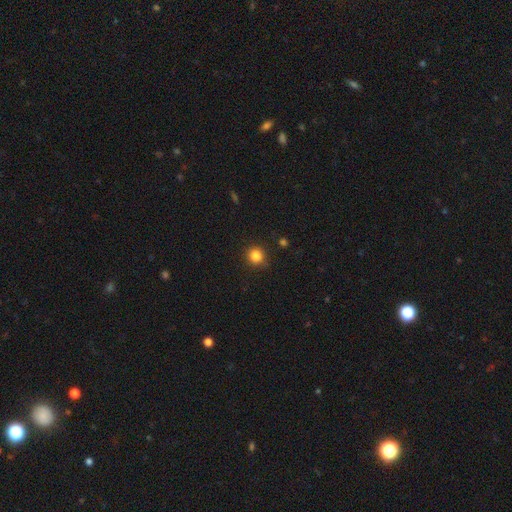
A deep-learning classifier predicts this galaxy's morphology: type=smooth (84%); roundness=round (91%); merging=none (87%).